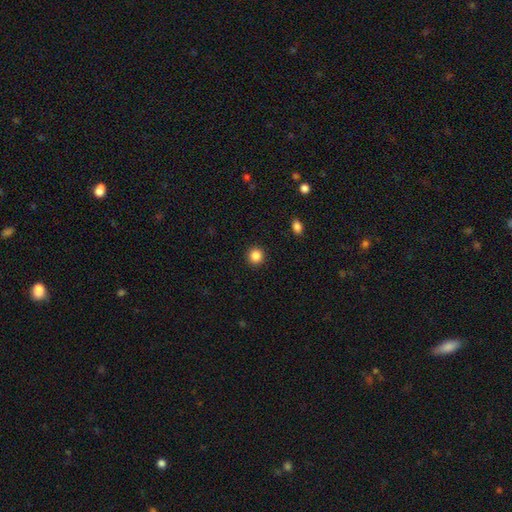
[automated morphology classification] Smooth or featured? smooth (86%)
How rounded? round (93%)
Merging? none (93%)